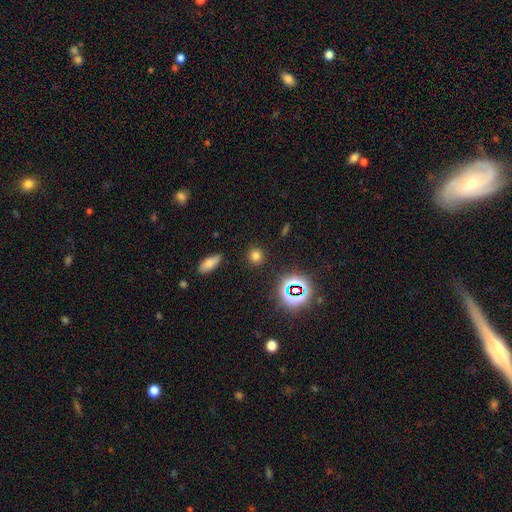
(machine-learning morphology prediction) A smooth galaxy with no disk features (71%) that is round (89%).

Vote fractions:
- Smooth or featured? smooth: 71% / star or artifact: 23% / featured or disk: 6%
- How rounded? round: 89% / in between: 10% / cigar-shaped: 1%
- Merging? none: 89% / minor disturbance: 7% / major disturbance: 2% / merger: 2%